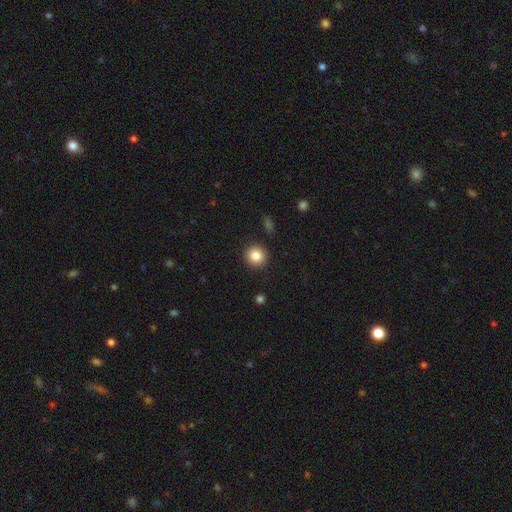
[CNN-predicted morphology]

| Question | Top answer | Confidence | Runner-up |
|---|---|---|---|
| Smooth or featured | smooth | 85% | star or artifact (10%) |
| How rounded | round | 94% | in between (5%) |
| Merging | none | 91% | minor disturbance (6%) |